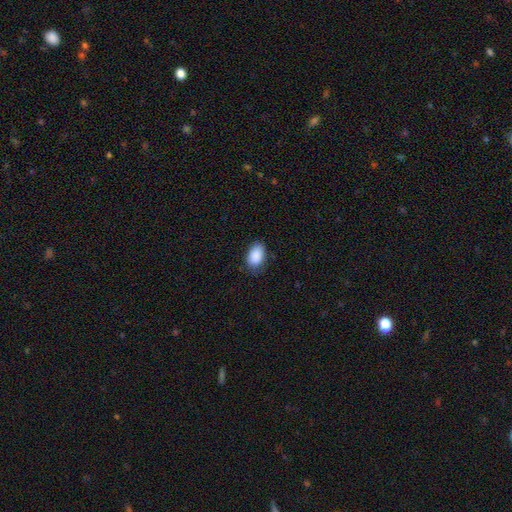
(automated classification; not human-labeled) A smooth galaxy with no disk features (90%) that is in between round and cigar-shaped (90%).

Vote fractions:
- Smooth or featured? smooth: 90% / star or artifact: 7% / featured or disk: 4%
- How rounded? in between: 90% / round: 9% / cigar-shaped: 1%
- Merging? none: 77% / minor disturbance: 19% / major disturbance: 4% / merger: 1%